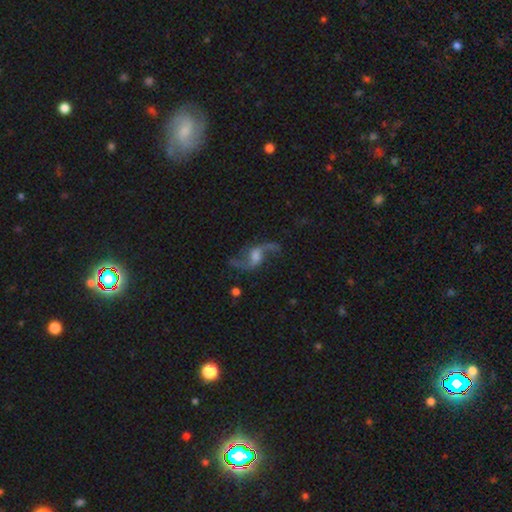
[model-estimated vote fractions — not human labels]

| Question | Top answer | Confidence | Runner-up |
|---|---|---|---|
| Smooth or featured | featured or disk | 86% | star or artifact (7%) |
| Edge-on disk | no | 96% | yes (4%) |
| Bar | weak | 48% | no (38%) |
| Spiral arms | yes | 95% | no (5%) |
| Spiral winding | loose | 88% | medium (10%) |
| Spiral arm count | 2 | 93% | 1 (2%) |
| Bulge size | moderate | 39% | small (30%) |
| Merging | none | 74% | minor disturbance (14%) |